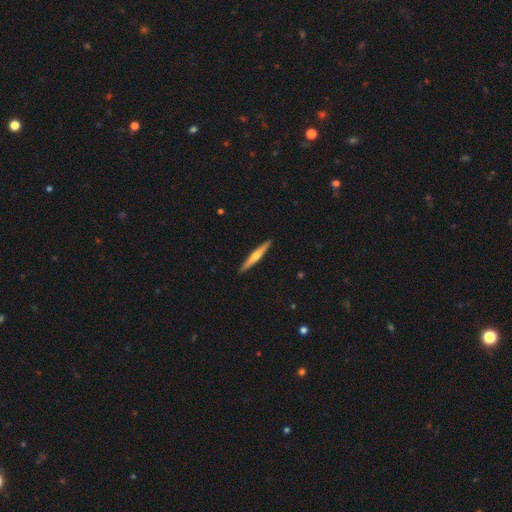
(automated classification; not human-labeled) Smooth or featured? Predicted: featured or disk (p=0.51). Edge-on disk? Predicted: yes (p=0.97). Merging? Predicted: none (p=0.91).